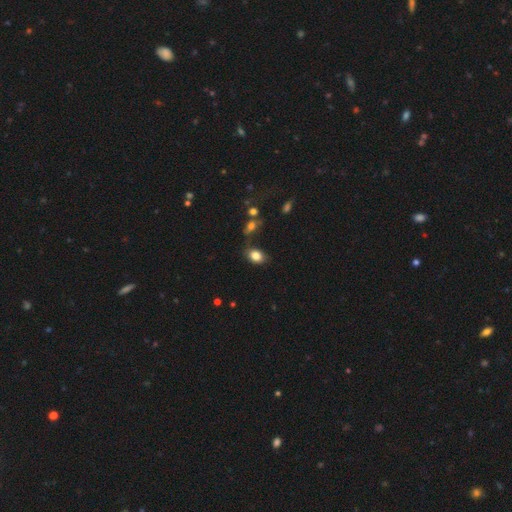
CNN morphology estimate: Smooth or featured?
  - smooth: 83% *
  - star or artifact: 9%
  - featured or disk: 8%
How rounded?
  - in between: 75% *
  - round: 23%
  - cigar-shaped: 1%
Merging?
  - none: 67% *
  - minor disturbance: 21%
  - merger: 7%
  - major disturbance: 6%